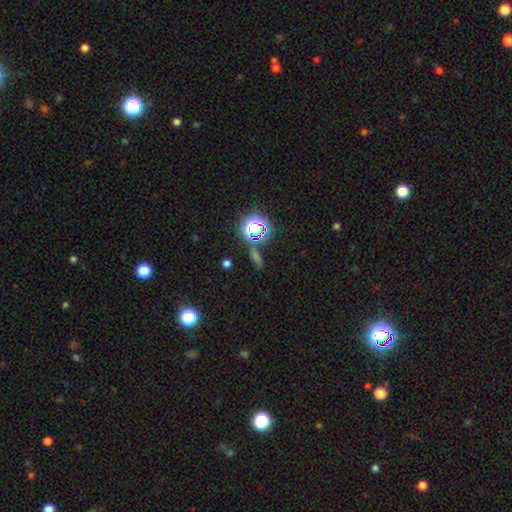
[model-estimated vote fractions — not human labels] Smooth or featured?
  - star or artifact: 55% *
  - smooth: 30%
  - featured or disk: 15%